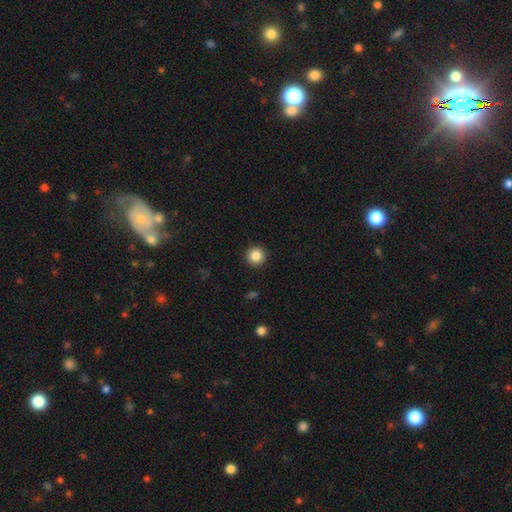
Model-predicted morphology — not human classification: Smooth or featured: smooth — 86% (star or artifact — 10%)
How rounded: round — 96% (in between — 3%)
Merging: none — 93% (minor disturbance — 4%)